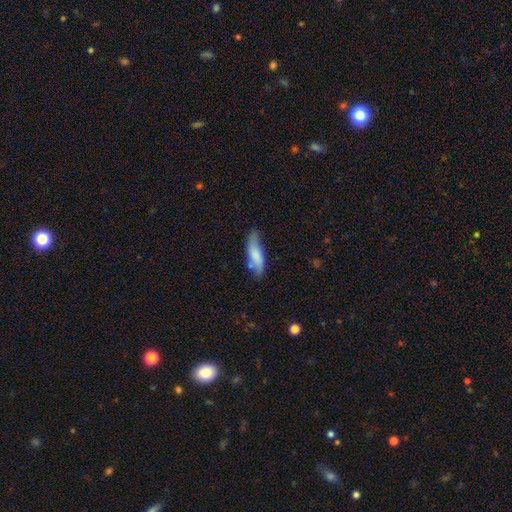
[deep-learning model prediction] Overall: smooth (78%). How rounded: in between (54%; cigar-shaped 44%). Merging: none (61%; minor disturbance 28%).